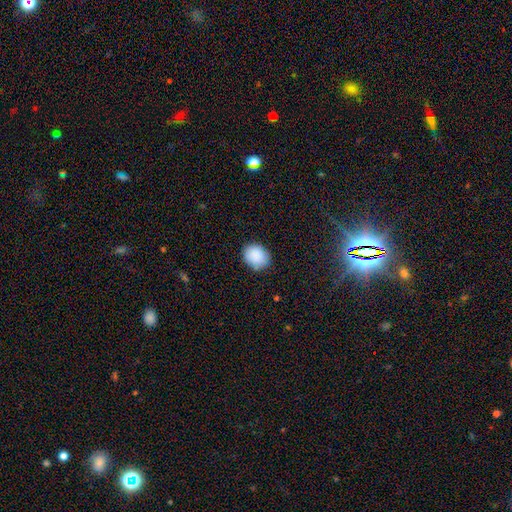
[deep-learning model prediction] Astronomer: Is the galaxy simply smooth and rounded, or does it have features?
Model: smooth — 89%.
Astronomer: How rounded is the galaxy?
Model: round — 57% (runner-up: in between, 42%).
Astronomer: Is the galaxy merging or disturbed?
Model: none — 85%.